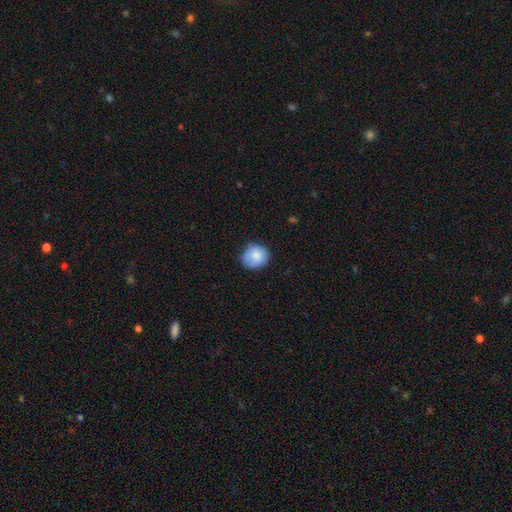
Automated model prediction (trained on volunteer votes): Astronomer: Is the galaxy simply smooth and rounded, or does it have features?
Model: smooth — 82%.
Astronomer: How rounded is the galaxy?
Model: round — 75%.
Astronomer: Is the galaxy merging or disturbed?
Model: none — 72%.